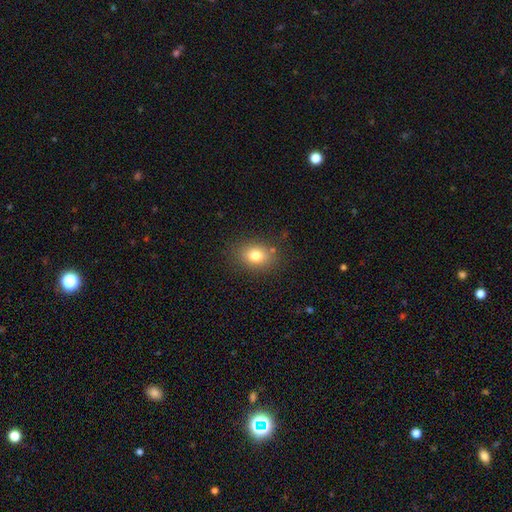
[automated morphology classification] Smooth or featured: smooth — 78% (star or artifact — 12%)
How rounded: in between — 53% (round — 46%)
Merging: none — 83% (minor disturbance — 11%)